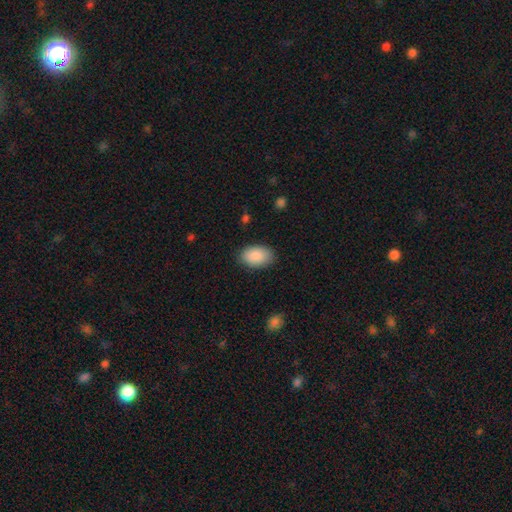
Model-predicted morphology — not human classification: Smooth or featured: smooth — 90% (star or artifact — 6%)
How rounded: in between — 93% (round — 6%)
Merging: none — 86% (minor disturbance — 11%)